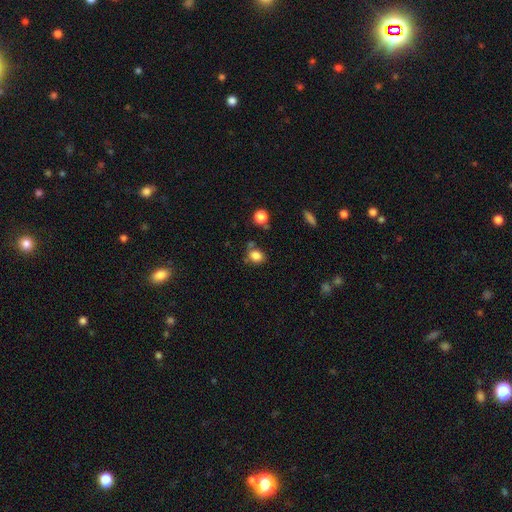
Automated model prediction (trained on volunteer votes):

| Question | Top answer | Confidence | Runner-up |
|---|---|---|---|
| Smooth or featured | smooth | 82% | star or artifact (12%) |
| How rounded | round | 53% | in between (45%) |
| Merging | none | 69% | minor disturbance (17%) |